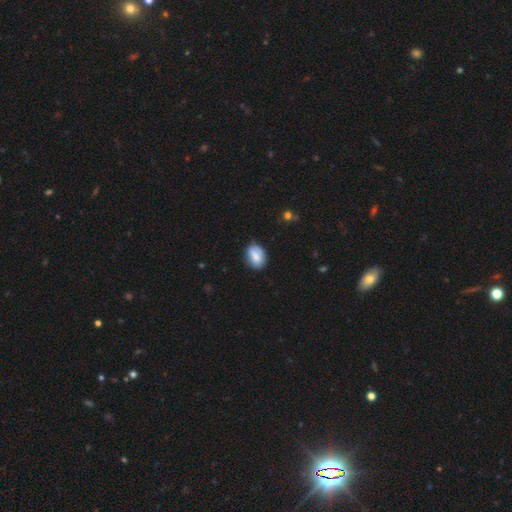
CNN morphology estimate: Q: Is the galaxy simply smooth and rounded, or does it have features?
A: smooth — 75%.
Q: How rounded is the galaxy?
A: in between — 82%.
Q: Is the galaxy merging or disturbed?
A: none — 73%.